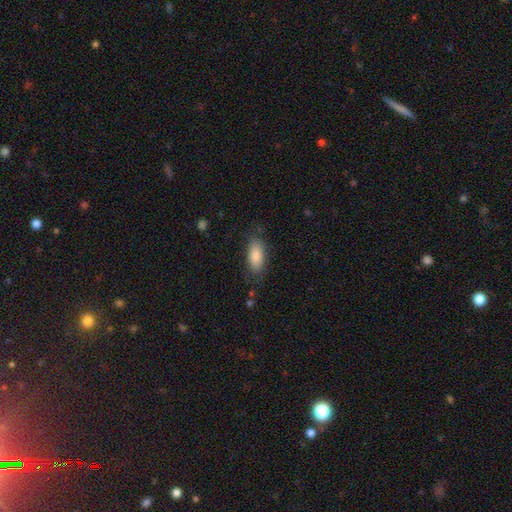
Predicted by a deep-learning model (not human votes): Morphology: type=smooth (86%); roundness=in between (86%); merging=none (78%).